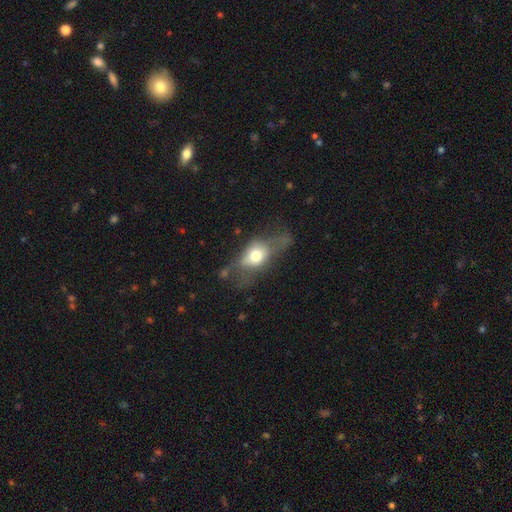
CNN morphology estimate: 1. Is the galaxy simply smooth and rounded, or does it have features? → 53% smooth, 38% featured or disk, 8% star or artifact.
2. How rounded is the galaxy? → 69% in between, 20% round, 11% cigar-shaped.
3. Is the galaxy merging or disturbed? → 37% none, 34% major disturbance, 24% minor disturbance, 5% merger.